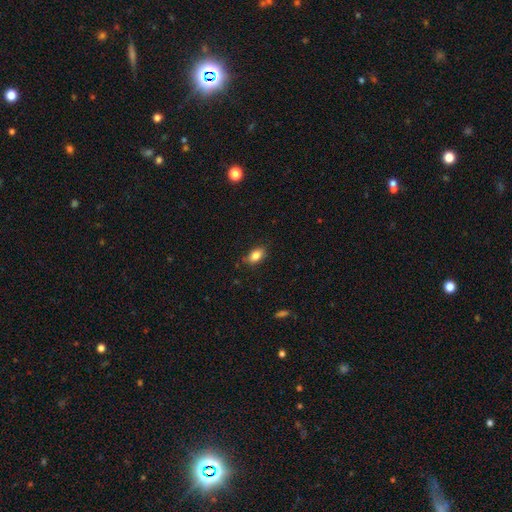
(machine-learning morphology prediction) smooth_or_featured: smooth (p=0.83) [alt: featured or disk p=0.09]
how_rounded: in between (p=0.86) [alt: round p=0.11]
merging: none (p=0.80) [alt: minor disturbance p=0.16]